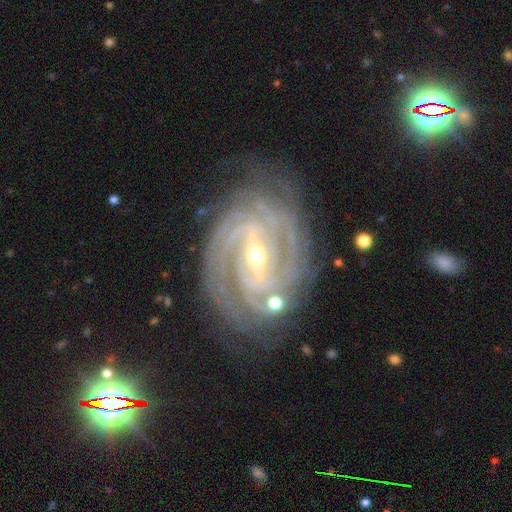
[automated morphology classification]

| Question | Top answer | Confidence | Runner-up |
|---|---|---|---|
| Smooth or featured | featured or disk | 91% | star or artifact (6%) |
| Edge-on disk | no | 97% | yes (3%) |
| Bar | strong | 55% | weak (34%) |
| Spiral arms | yes | 98% | no (2%) |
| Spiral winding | tight | 73% | medium (23%) |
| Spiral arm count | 2 | 30% | 3 (24%) |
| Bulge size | small | 57% | moderate (40%) |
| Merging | none | 76% | minor disturbance (16%) |